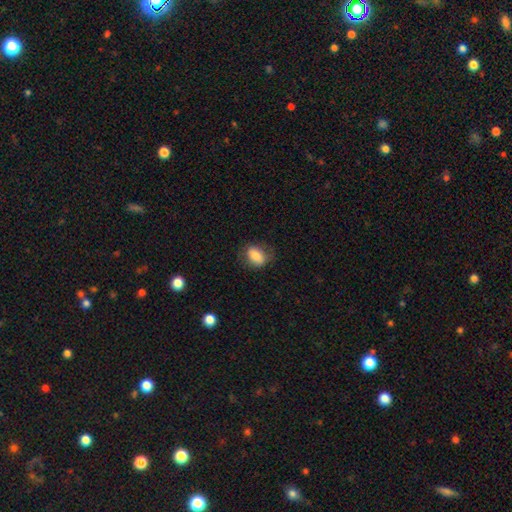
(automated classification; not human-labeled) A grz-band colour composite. It shows a smooth galaxy with no disk features (80%) that is in between round and cigar-shaped (77%). Merging: none (73%).